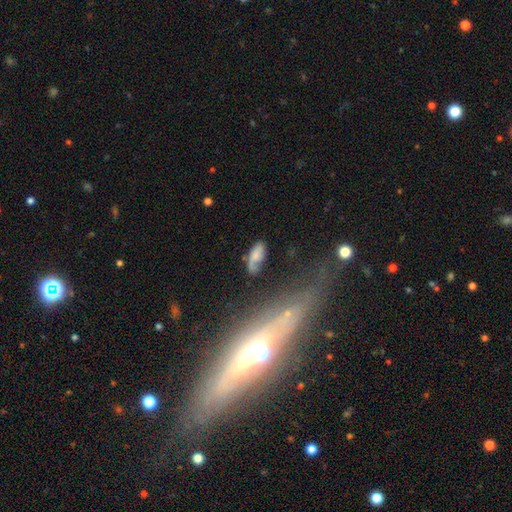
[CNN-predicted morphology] smooth 57%, featured or disk 34%, star or artifact 9%. Down the decision tree: how rounded — in between (85%); merging — none (52%).